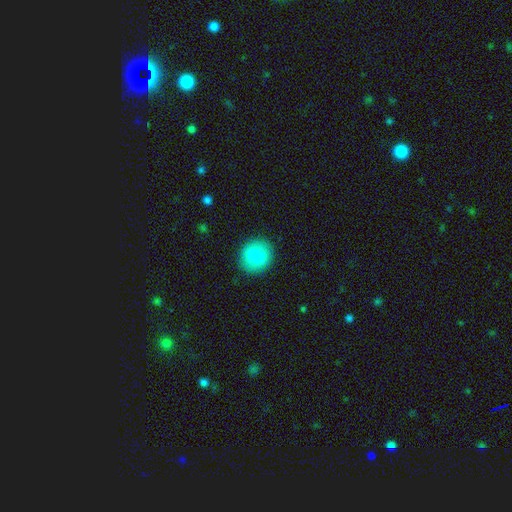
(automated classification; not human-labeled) A smooth galaxy with no disk features (79%) that is round (85%). Merging: none (90%).